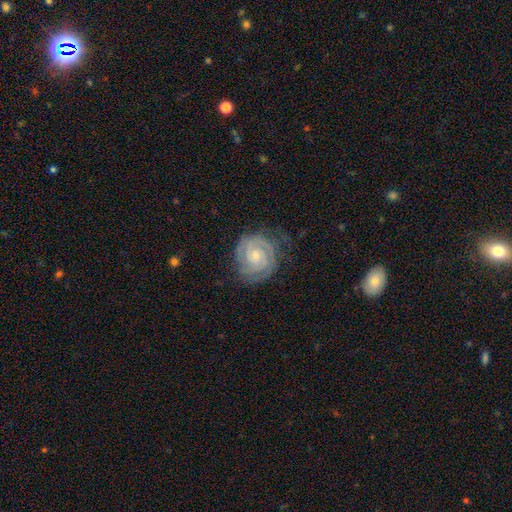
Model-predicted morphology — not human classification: Overall: featured or disk (89%). Edge-on disk: no (98%). Bar: no (64%; weak 29%). Spiral arms: yes (98%). Spiral arm count: 2 (58%). Spiral winding: tight (79%). Bulge size: small (71%). Merging: none (74%).